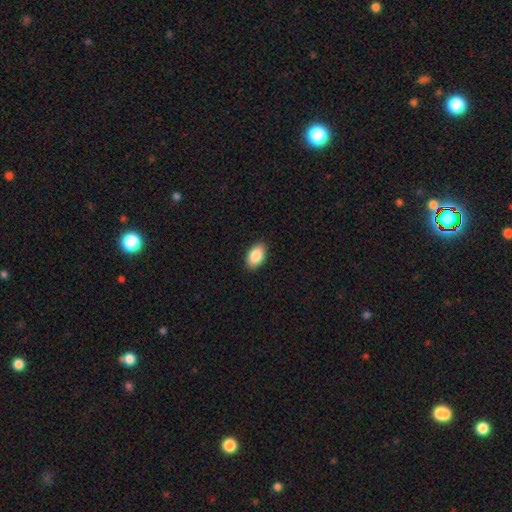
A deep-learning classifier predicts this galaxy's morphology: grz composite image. It shows a smooth galaxy with no disk features (87%) that is in between round and cigar-shaped (93%). Merging: none (90%).